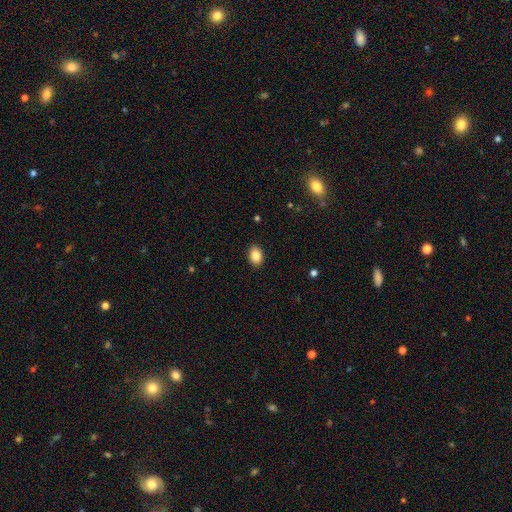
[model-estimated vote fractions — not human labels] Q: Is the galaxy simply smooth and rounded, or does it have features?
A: smooth — 85%.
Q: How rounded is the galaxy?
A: in between — 78%.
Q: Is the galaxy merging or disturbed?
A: none — 90%.